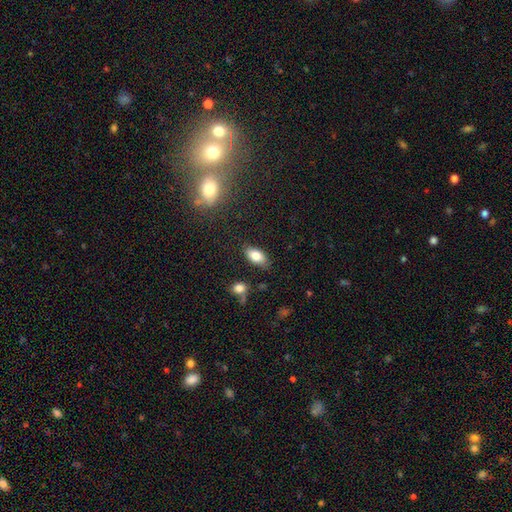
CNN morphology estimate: This is clearly a smooth galaxy (81%). How rounded: clearly in between (91%). Merging: clearly none (81%).